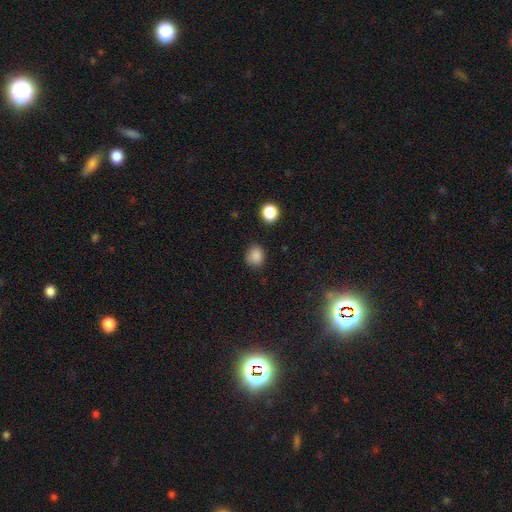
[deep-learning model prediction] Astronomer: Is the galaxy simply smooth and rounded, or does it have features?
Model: smooth — 85%.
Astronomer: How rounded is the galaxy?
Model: round — 71%.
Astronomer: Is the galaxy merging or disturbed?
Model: none — 81%.